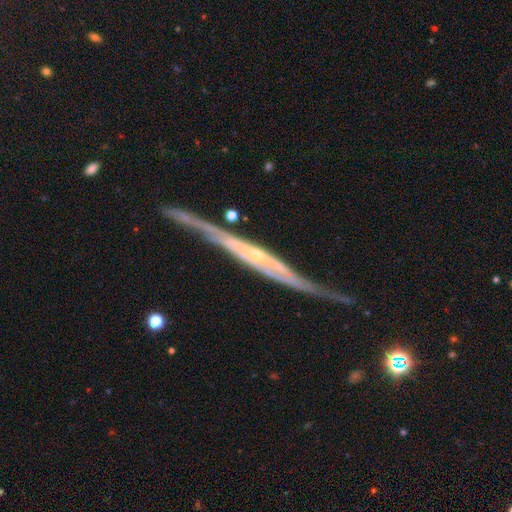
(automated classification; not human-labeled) Smooth or featured: featured or disk — 87% (smooth — 8%)
Edge-on disk: yes — 81% (no — 19%)
Edge-on bulge: rounded — 47% (none — 44%)
Merging: none — 64% (minor disturbance — 25%)